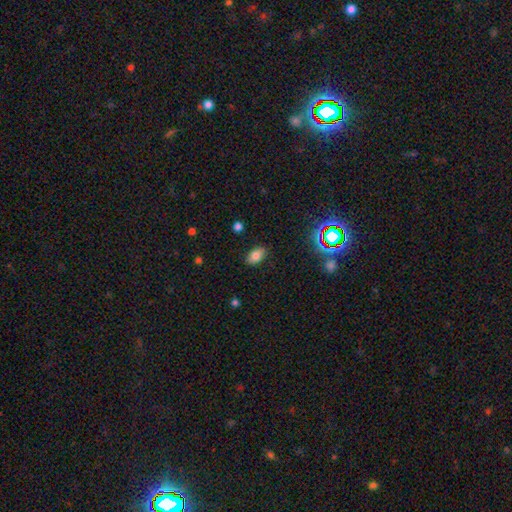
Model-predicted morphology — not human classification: Smooth or featured? smooth (78%)
How rounded? in between (90%)
Merging? none (86%)